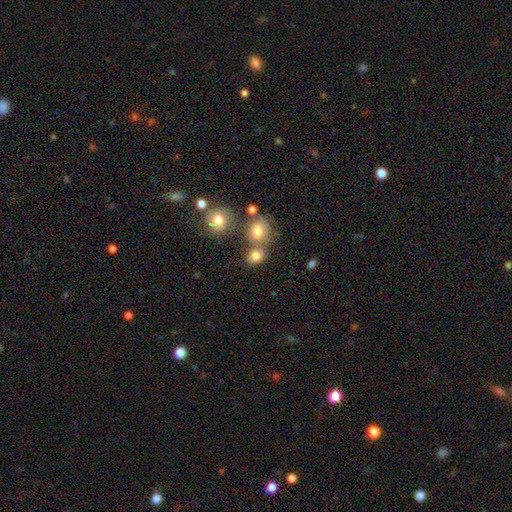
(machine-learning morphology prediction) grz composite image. It shows a smooth galaxy with no disk features (77%) that is round (56%). Merging: none (53%).